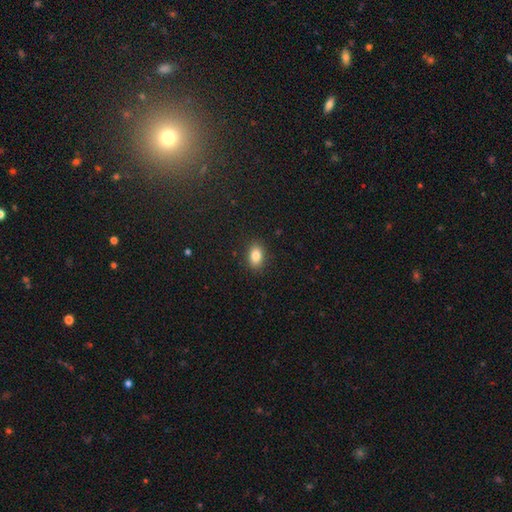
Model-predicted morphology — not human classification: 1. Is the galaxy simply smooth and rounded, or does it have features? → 84% smooth, 9% star or artifact, 7% featured or disk.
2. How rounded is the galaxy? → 84% in between, 14% round, 2% cigar-shaped.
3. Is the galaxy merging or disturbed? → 88% none, 8% minor disturbance, 2% major disturbance, 1% merger.